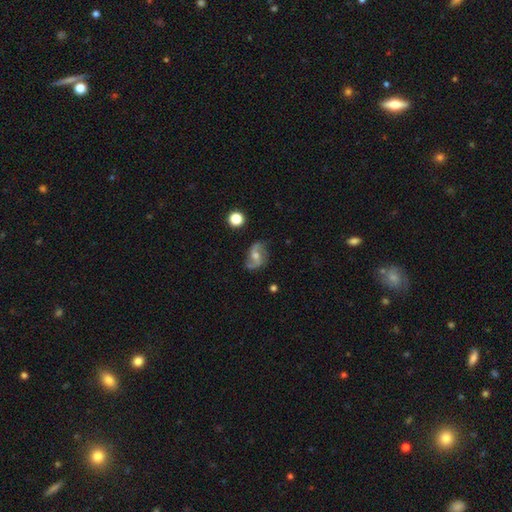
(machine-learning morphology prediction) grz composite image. It shows a featured or disk galaxy (80%) with a weak bar (43%), 2 (91%) loose (57%) spiral arms (94%) and a moderate central bulge (60%). Merging: none (77%).